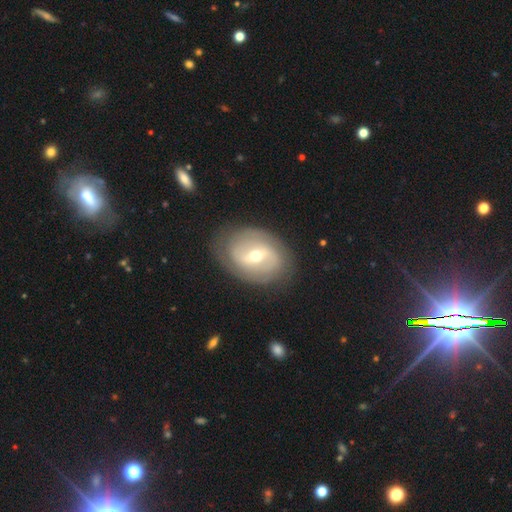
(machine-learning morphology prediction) Smooth or featured: featured or disk — 76% (smooth — 18%)
Edge-on disk: no — 96% (yes — 4%)
Bar: weak — 49% (strong — 30%)
Spiral arms: yes — 83% (no — 17%)
Spiral winding: tight — 42% (medium — 37%)
Spiral arm count: 2 — 69% (can't tell — 18%)
Bulge size: moderate — 59% (small — 37%)
Merging: none — 79% (minor disturbance — 14%)